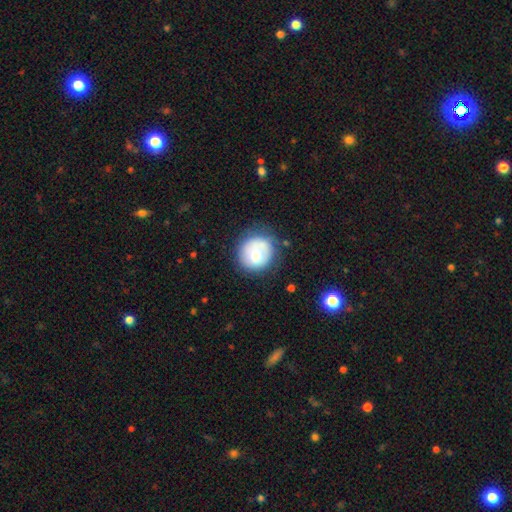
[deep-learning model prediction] smooth-or-featured: smooth: 65% | featured or disk: 27% | star or artifact: 8%
  how-rounded: round: 87% | in between: 12% | cigar-shaped: 1%
  merging: none: 64% | minor disturbance: 22% | major disturbance: 9% | merger: 5%